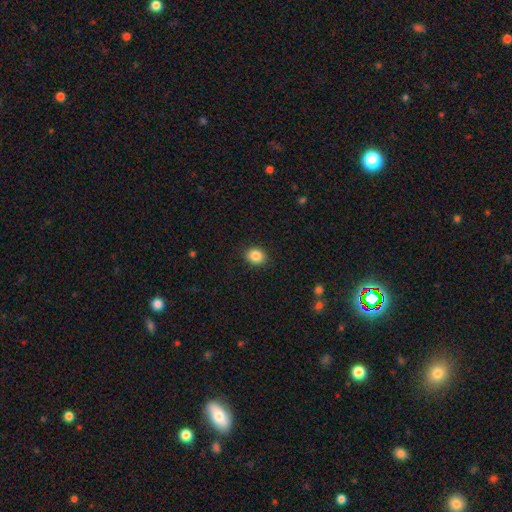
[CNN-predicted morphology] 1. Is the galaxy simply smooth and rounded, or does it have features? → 86% smooth, 9% star or artifact, 5% featured or disk.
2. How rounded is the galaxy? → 59% round, 40% in between, 1% cigar-shaped.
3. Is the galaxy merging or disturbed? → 90% none, 7% minor disturbance, 2% major disturbance, 1% merger.